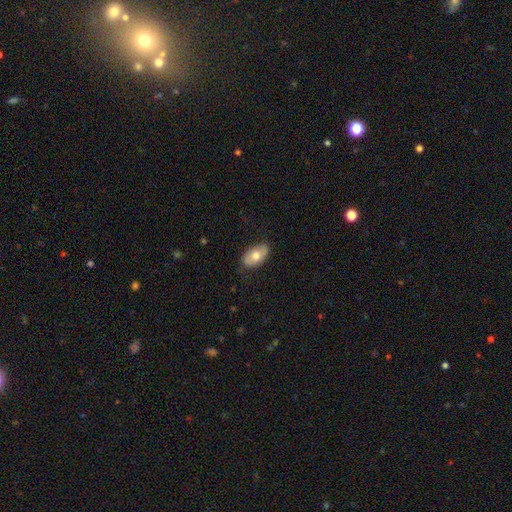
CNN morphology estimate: smooth-or-featured: smooth: 69% | featured or disk: 25% | star or artifact: 6%
  how-rounded: in between: 93% | round: 5% | cigar-shaped: 2%
  merging: none: 80% | minor disturbance: 16% | major disturbance: 3% | merger: 1%